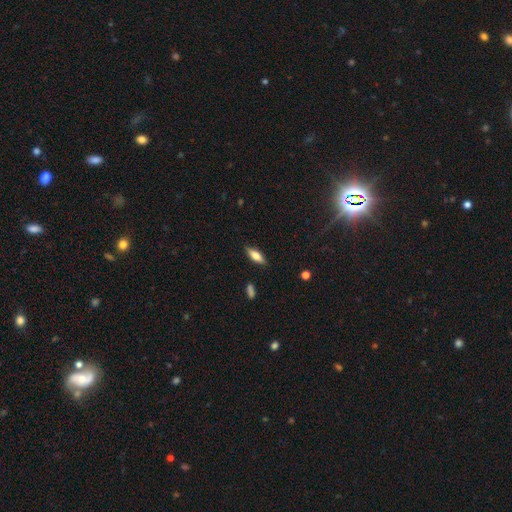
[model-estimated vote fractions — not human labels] smooth-or-featured: smooth: 67% | featured or disk: 26% | star or artifact: 7%
  how-rounded: in between: 63% | cigar-shaped: 34% | round: 3%
  merging: none: 86% | minor disturbance: 10% | major disturbance: 2% | merger: 1%